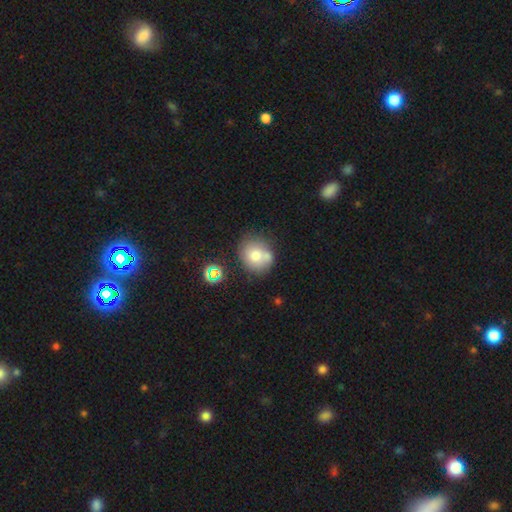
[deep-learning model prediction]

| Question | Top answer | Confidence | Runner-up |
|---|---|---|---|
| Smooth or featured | smooth | 71% | featured or disk (17%) |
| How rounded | round | 72% | in between (27%) |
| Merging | none | 52% | merger (24%) |